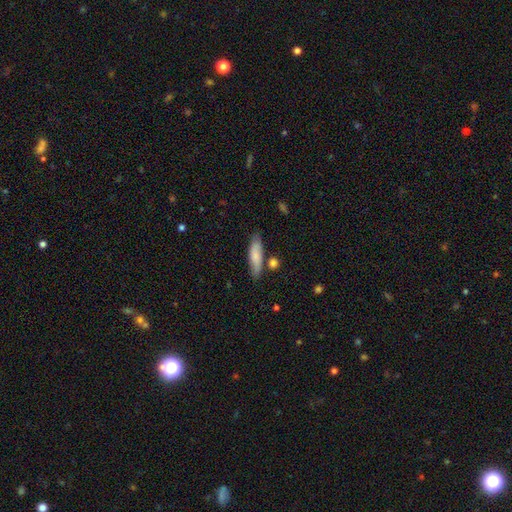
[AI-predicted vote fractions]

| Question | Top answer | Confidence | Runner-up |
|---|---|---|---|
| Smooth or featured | smooth | 76% | featured or disk (18%) |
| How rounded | cigar-shaped | 57% | in between (40%) |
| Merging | none | 75% | minor disturbance (15%) |